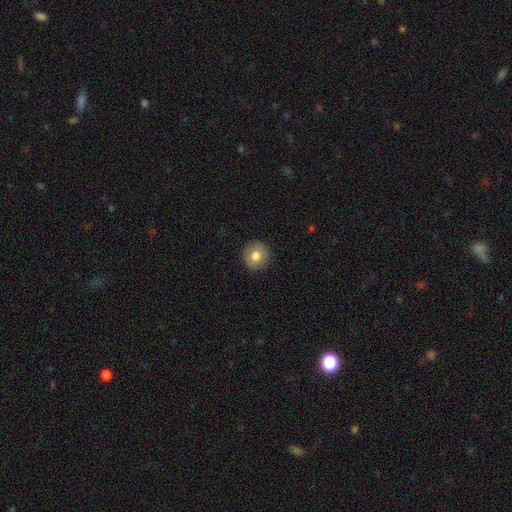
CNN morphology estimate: Smooth or featured? smooth (79%)
How rounded? round (92%)
Merging? none (92%)